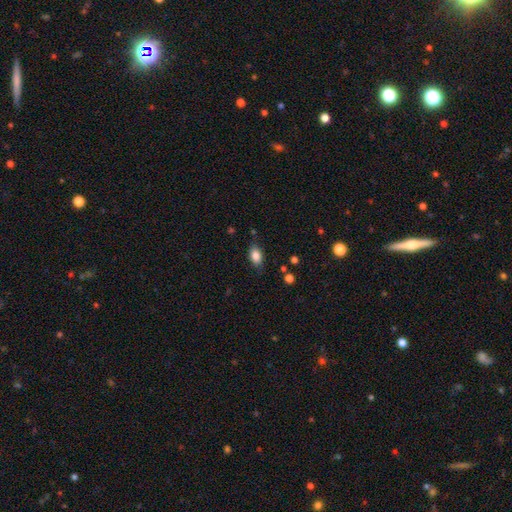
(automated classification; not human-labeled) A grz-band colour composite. It shows a smooth galaxy with no disk features (83%) that is in between round and cigar-shaped (87%). Merging: none (79%).